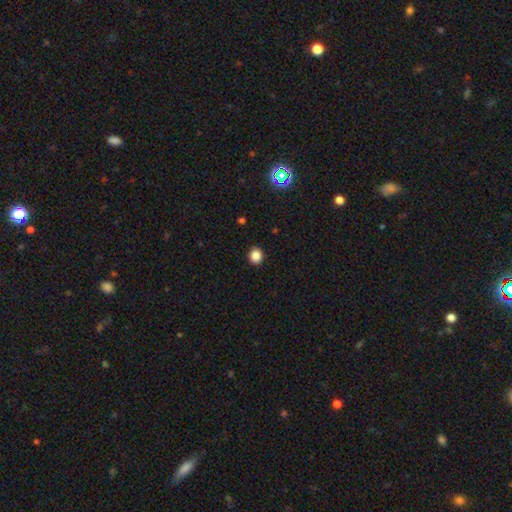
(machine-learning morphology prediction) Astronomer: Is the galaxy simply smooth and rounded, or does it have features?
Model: smooth — 85%.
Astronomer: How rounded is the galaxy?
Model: round — 81%.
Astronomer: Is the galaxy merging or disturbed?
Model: none — 92%.